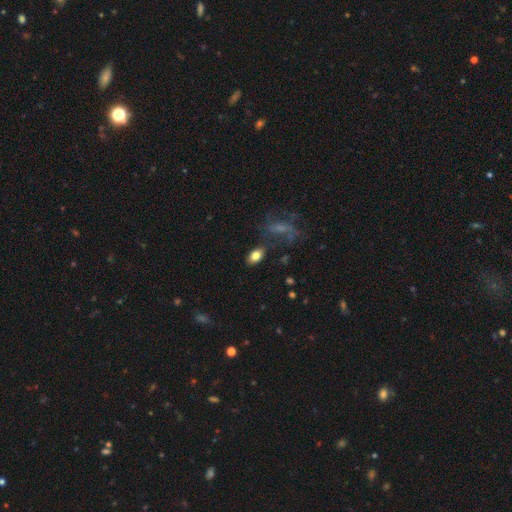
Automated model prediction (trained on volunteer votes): The model was most divided on "merging": none: 76%, minor disturbance: 14%, major disturbance: 5%, merger: 4%. More confident: how rounded — in between (88%); smooth or featured — smooth (80%).